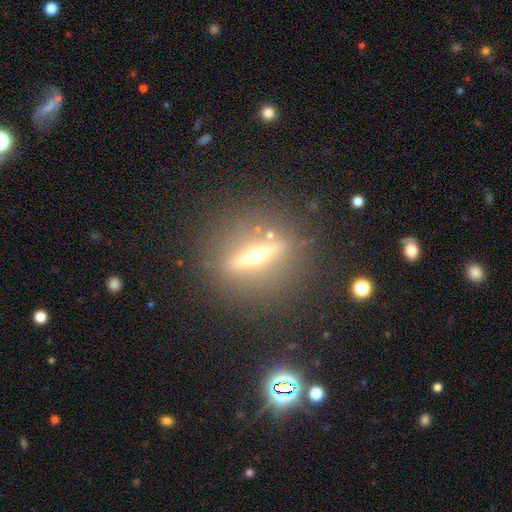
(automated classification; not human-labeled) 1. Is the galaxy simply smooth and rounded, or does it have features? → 74% featured or disk, 15% smooth, 11% star or artifact.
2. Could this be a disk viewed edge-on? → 86% yes, 14% no.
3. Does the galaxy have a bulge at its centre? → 87% rounded, 9% none, 4% boxy.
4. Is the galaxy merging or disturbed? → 86% none, 8% minor disturbance, 4% major disturbance, 2% merger.